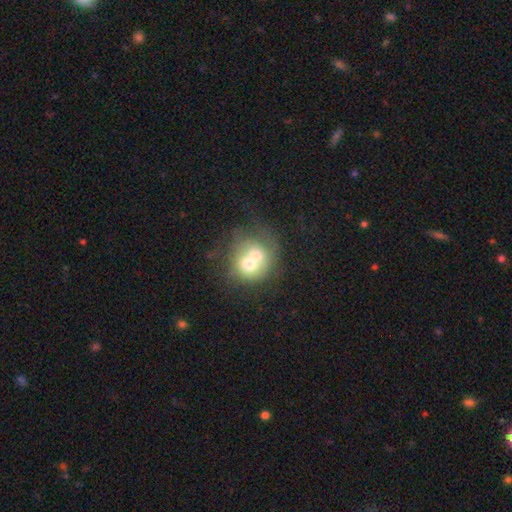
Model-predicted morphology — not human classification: smooth 59%, featured or disk 32%, star or artifact 9%. Down the decision tree: how rounded — round (76%); merging — merger (71%).